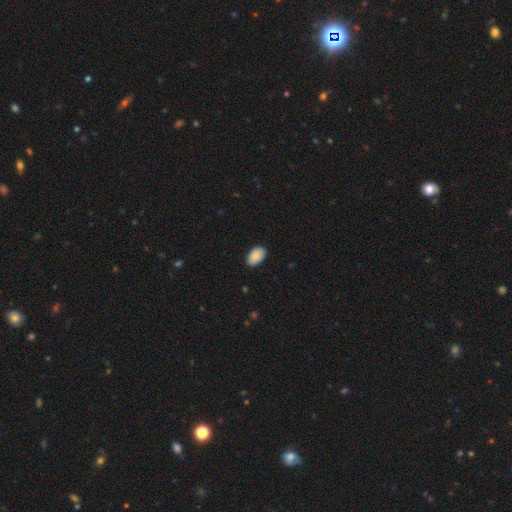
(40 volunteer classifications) smooth_or_featured: smooth (p=0.85) [alt: star or artifact p=0.10]
how_rounded: in between (p=0.97) [alt: round p=0.03]
merging: none (p=0.86) [alt: minor disturbance p=0.11]